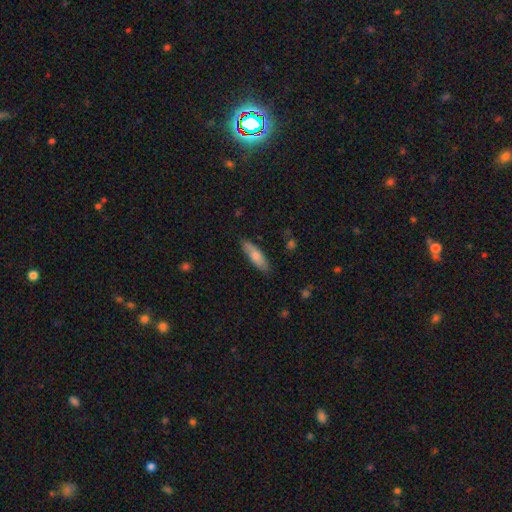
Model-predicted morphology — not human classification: Smooth or featured?
  - smooth: 76% *
  - featured or disk: 18%
  - star or artifact: 6%
How rounded?
  - cigar-shaped: 54% *
  - in between: 45%
  - round: 2%
Merging?
  - none: 82% *
  - minor disturbance: 14%
  - major disturbance: 3%
  - merger: 2%